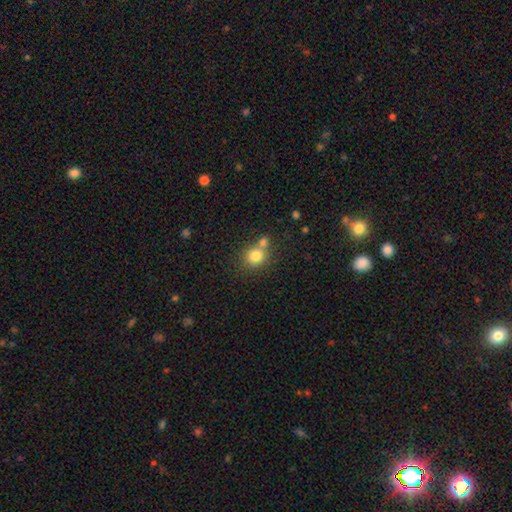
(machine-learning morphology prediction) The model was most divided on "merging": none: 52%, merger: 35%, minor disturbance: 9%, major disturbance: 3%. More confident: how rounded — round (81%); smooth or featured — smooth (80%).